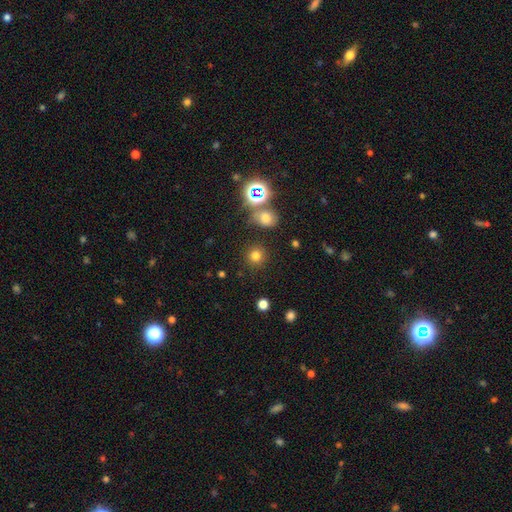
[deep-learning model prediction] Smooth or featured: smooth — 72% (star or artifact — 21%)
How rounded: round — 92% (in between — 7%)
Merging: none — 85% (minor disturbance — 7%)